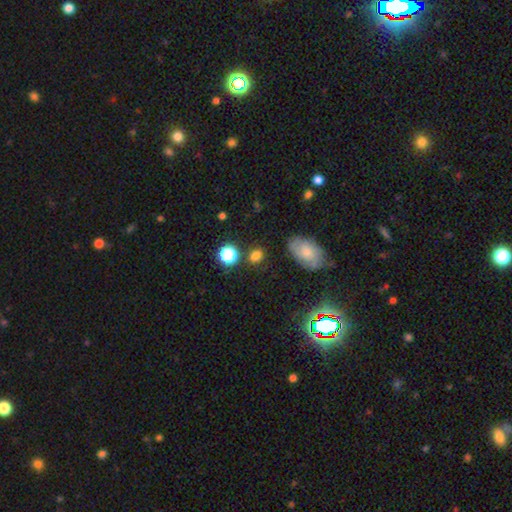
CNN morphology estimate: The model was most divided on "how rounded": round: 54%, in between: 44%, cigar-shaped: 2%. More confident: merging — none (78%); smooth or featured — smooth (75%).